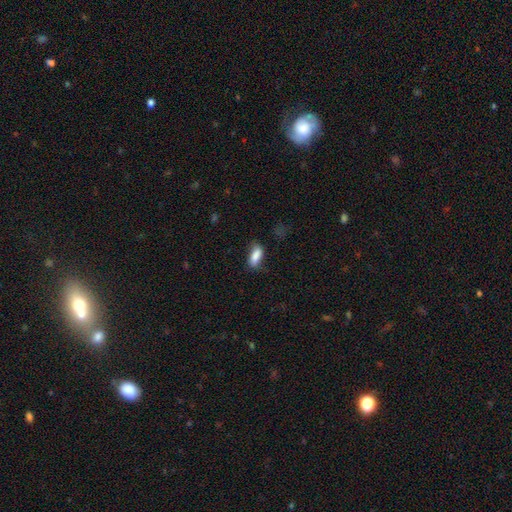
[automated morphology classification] smooth 81%, featured or disk 11%, star or artifact 8%. Down the decision tree: how rounded — in between (76%); merging — none (59%).